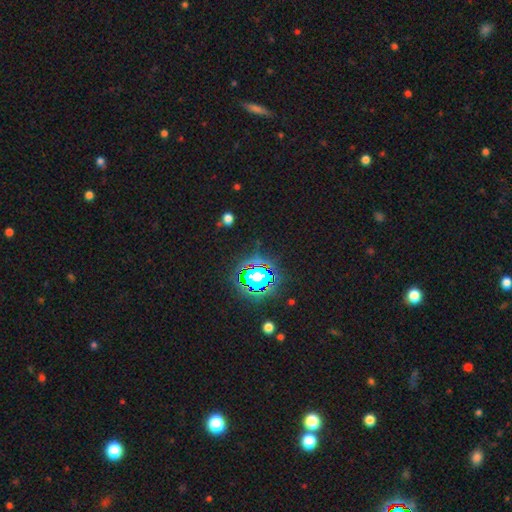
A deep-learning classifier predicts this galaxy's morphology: This is likely a star or artifact rather than a galaxy (80%).